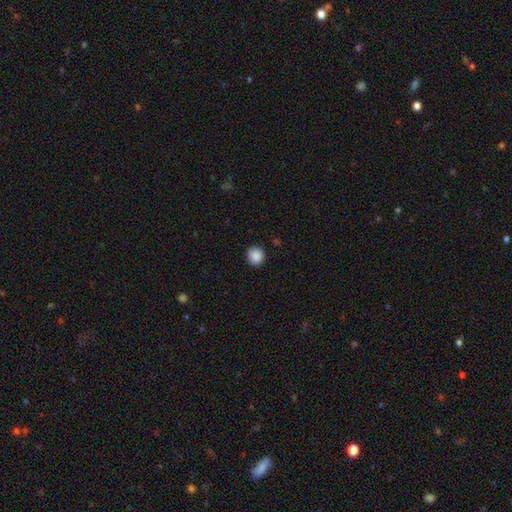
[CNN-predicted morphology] This appears to be a smooth galaxy with no disk features (88%) that is round (89%). Merging: none (88%).